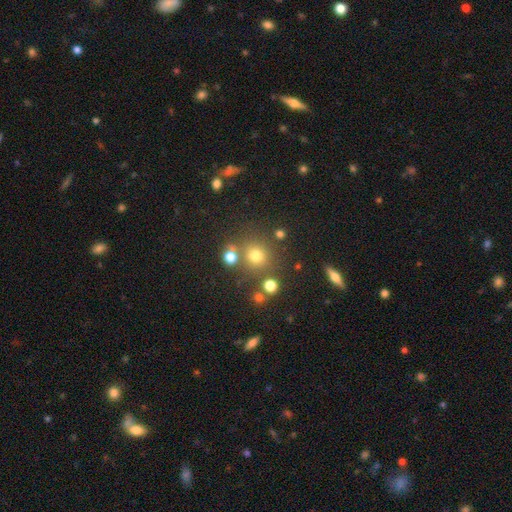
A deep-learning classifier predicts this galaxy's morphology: type=smooth (71%); roundness=round (91%); merging=none (75%).